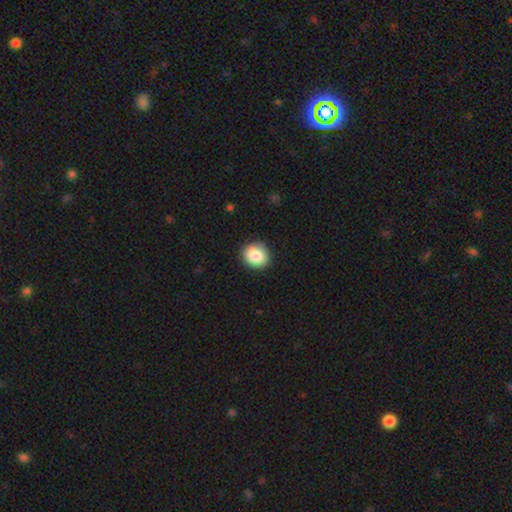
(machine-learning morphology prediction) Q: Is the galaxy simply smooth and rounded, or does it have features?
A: smooth — 85%.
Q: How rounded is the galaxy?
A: round — 79%.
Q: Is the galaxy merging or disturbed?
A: none — 88%.